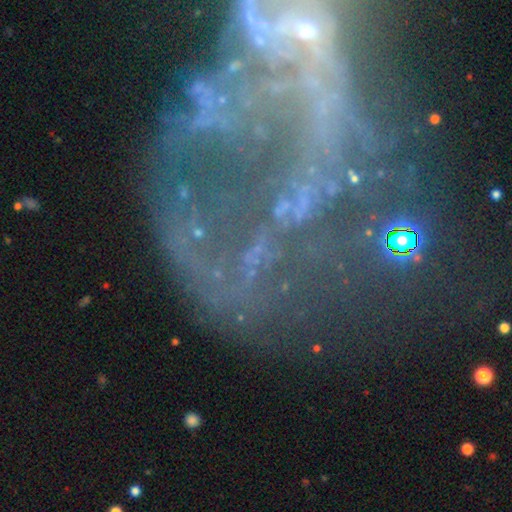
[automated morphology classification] Smooth or featured: star or artifact — 48% (featured or disk — 37%)